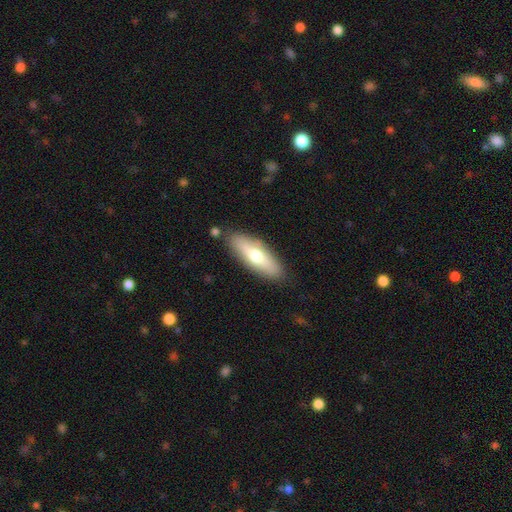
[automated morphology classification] smooth_or_featured: smooth (p=0.60) [alt: featured or disk p=0.34]
how_rounded: in between (p=0.53) [alt: cigar-shaped p=0.45]
merging: none (p=0.84) [alt: minor disturbance p=0.11]